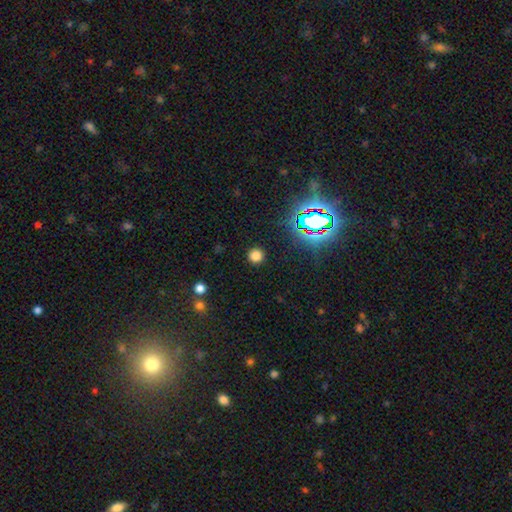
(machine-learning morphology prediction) A smooth galaxy with no disk features (75%) that is round (94%). Merging: none (91%).